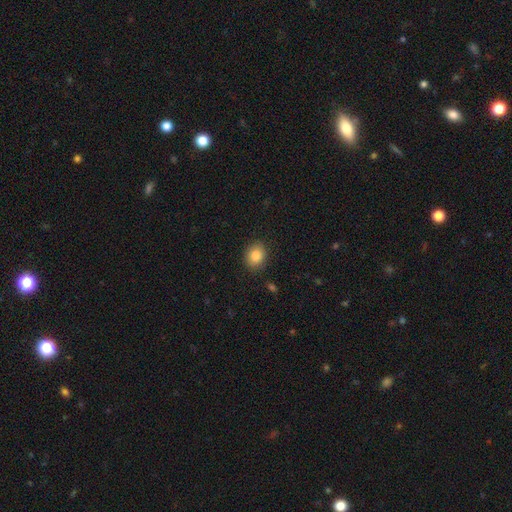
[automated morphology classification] Q: Smooth or featured?
A: smooth (86%); runner-up: star or artifact (8%)
Q: How rounded?
A: in between (50%); runner-up: round (49%)
Q: Merging?
A: none (88%); runner-up: minor disturbance (9%)